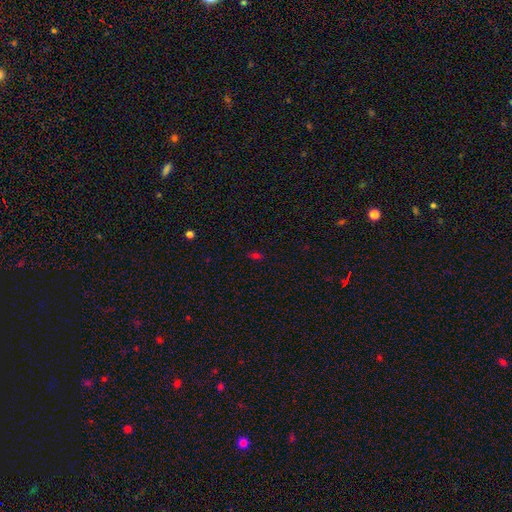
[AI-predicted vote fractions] Smooth or featured?
  - smooth: 55% *
  - star or artifact: 35%
  - featured or disk: 10%
How rounded?
  - in between: 74% *
  - round: 21%
  - cigar-shaped: 5%
Merging?
  - none: 81% *
  - minor disturbance: 12%
  - major disturbance: 4%
  - merger: 3%